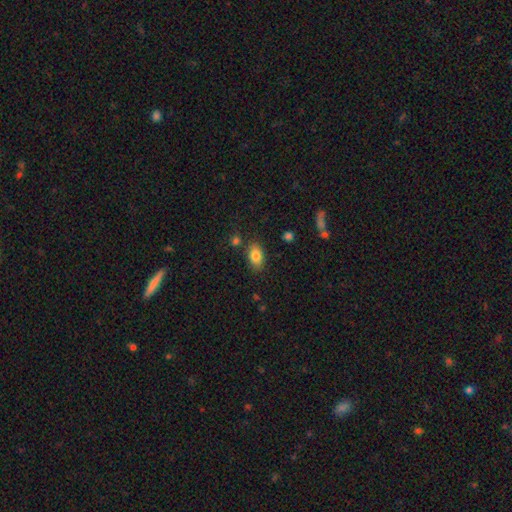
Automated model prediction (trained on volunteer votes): Morphology: type=smooth (82%); roundness=in between (90%); merging=none (81%).